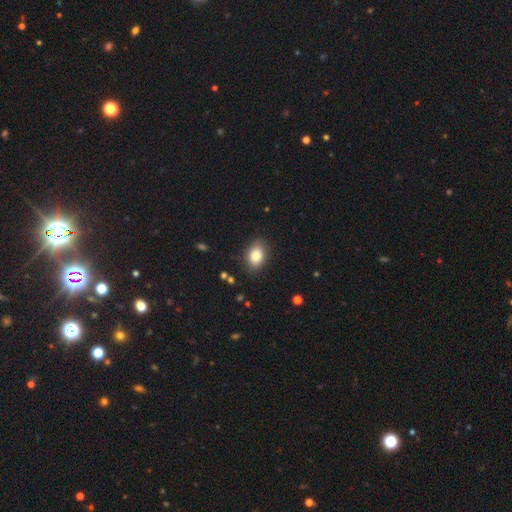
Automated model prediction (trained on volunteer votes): A smooth galaxy with no disk features (82%) that is in between round and cigar-shaped (79%).

Vote fractions:
- Smooth or featured? smooth: 82% / featured or disk: 9% / star or artifact: 9%
- How rounded? in between: 79% / round: 20% / cigar-shaped: 1%
- Merging? none: 84% / minor disturbance: 12% / major disturbance: 3% / merger: 1%